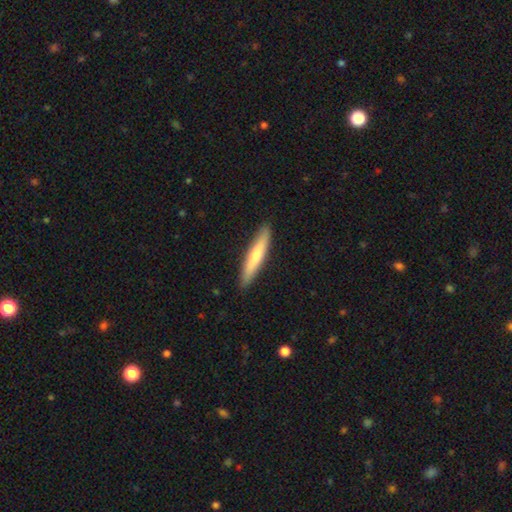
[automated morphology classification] This appears to be a smooth galaxy with no disk features (65%) that is cigar-shaped (90%). Merging: none (89%).